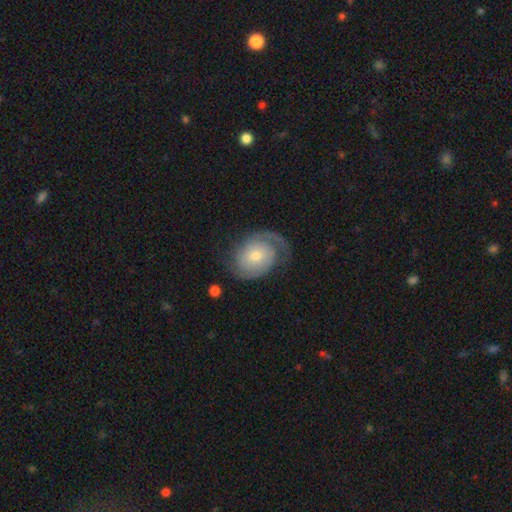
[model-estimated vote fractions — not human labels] Q: Smooth or featured?
A: featured or disk (79%); runner-up: smooth (16%)
Q: Edge-on disk?
A: no (97%); runner-up: yes (3%)
Q: Bar?
A: no (72%); runner-up: weak (24%)
Q: Spiral arms?
A: yes (93%); runner-up: no (7%)
Q: Spiral winding?
A: tight (50%); runner-up: medium (34%)
Q: Spiral arm count?
A: 2 (60%); runner-up: 1 (25%)
Q: Bulge size?
A: small (54%); runner-up: moderate (40%)
Q: Merging?
A: none (67%); runner-up: minor disturbance (19%)